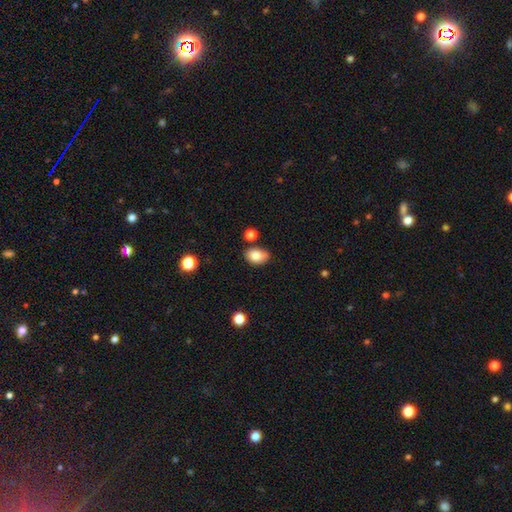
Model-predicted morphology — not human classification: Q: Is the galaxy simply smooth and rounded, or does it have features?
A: smooth — 83%.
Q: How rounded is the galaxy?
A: in between — 81%.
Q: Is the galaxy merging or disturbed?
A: none — 69%.